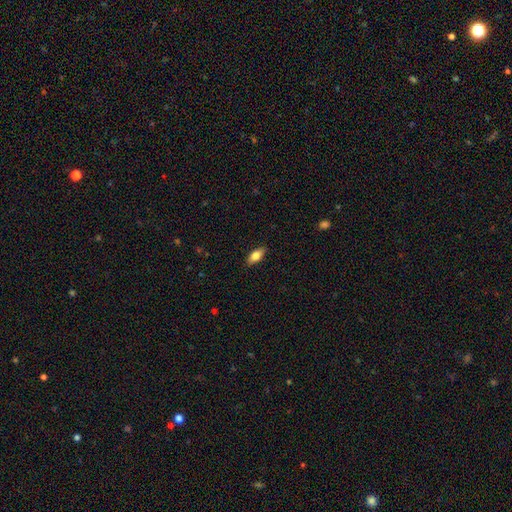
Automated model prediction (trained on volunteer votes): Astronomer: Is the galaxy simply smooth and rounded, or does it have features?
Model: smooth — 76%.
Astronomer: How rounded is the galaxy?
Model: in between — 85%.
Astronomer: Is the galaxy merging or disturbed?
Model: none — 88%.